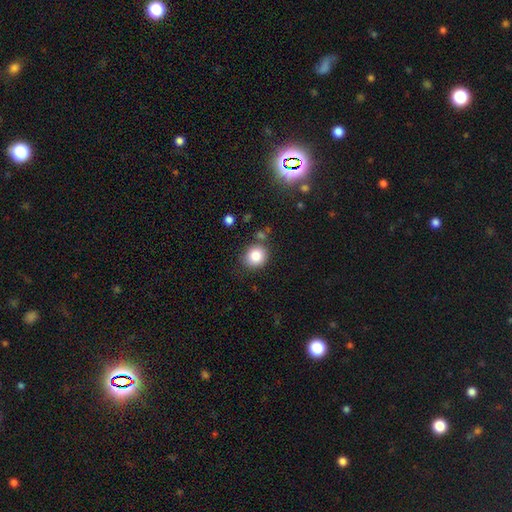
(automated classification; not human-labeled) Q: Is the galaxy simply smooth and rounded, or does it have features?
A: smooth — 83%.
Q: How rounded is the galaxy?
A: round — 80%.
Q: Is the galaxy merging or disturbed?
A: none — 80%.